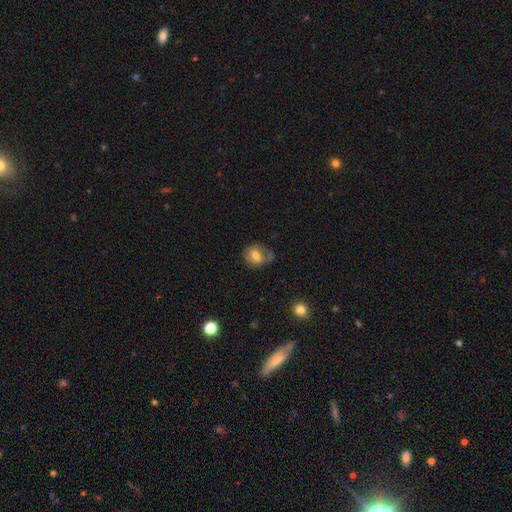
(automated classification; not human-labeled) A smooth galaxy with no disk features (63%) that is in between round and cigar-shaped (52%).

Vote fractions:
- Smooth or featured? smooth: 63% / featured or disk: 28% / star or artifact: 9%
- How rounded? in between: 52% / round: 46% / cigar-shaped: 1%
- Merging? none: 50% / minor disturbance: 28% / major disturbance: 16% / merger: 7%